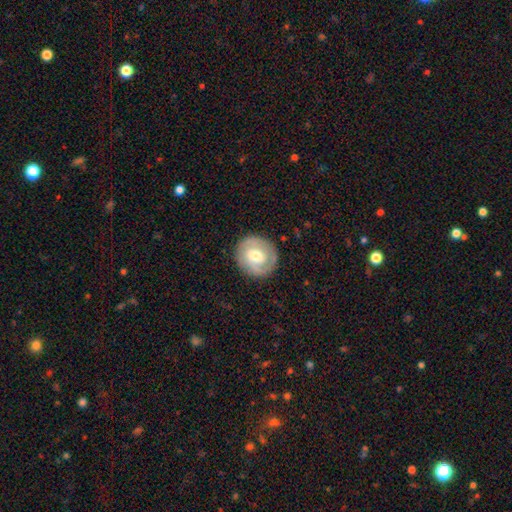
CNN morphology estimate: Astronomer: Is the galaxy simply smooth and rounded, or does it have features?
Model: featured or disk — 49% (runner-up: smooth, 45%).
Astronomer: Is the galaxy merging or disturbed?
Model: none — 86%.